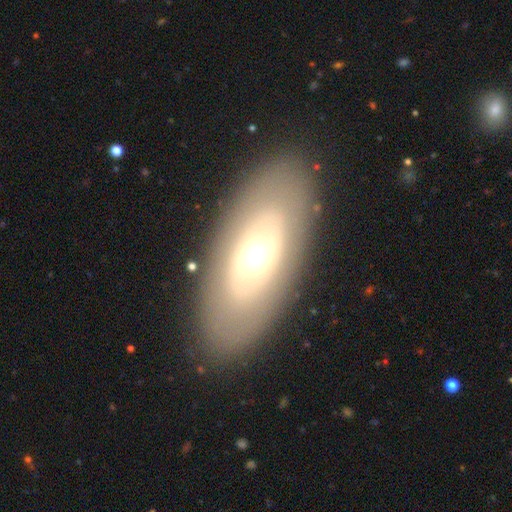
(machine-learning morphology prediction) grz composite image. It shows a featured or disk galaxy (52%). Merging: none (85%).